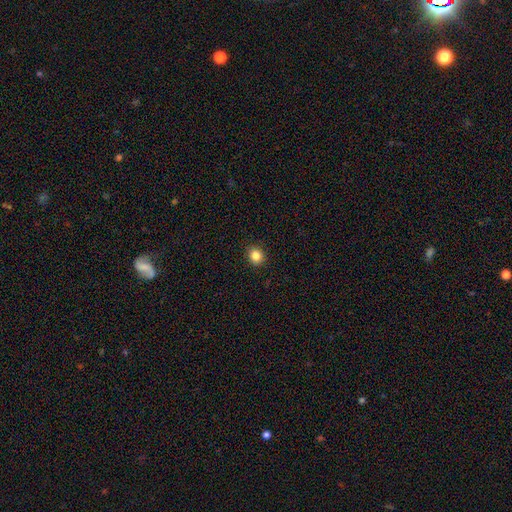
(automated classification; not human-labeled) The model was most divided on "how rounded": round: 78%, in between: 21%, cigar-shaped: 1%. More confident: merging — none (91%); smooth or featured — smooth (85%).